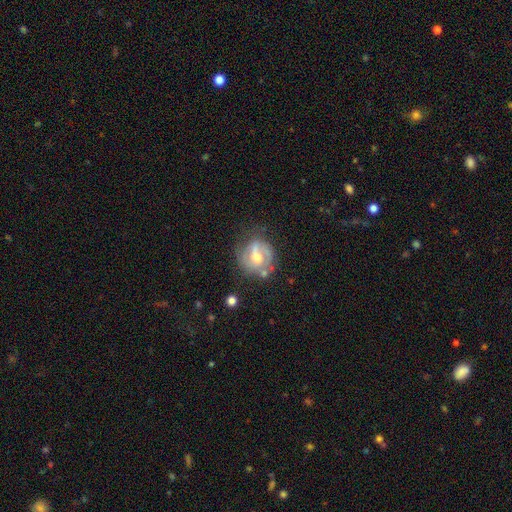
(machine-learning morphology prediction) featured or disk 76%, smooth 17%, star or artifact 6%. Down the decision tree: edge-on disk — no (97%); bar — weak (50%); spiral arms — yes (89%); spiral arm count — 2 (64%); spiral winding — medium (45%); bulge size — moderate (63%); merging — none (60%).